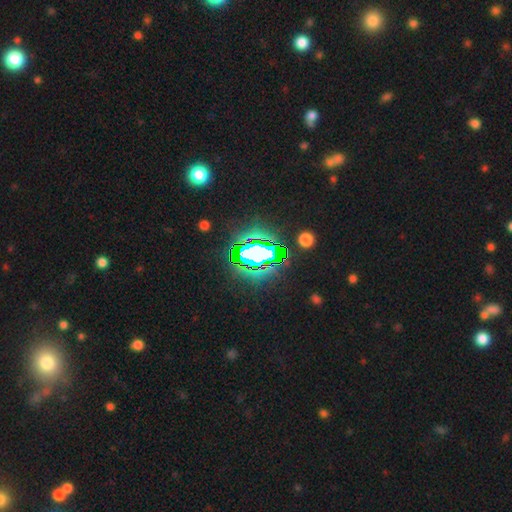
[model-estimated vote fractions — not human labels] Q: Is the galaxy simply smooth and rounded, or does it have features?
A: star or artifact — 76%.